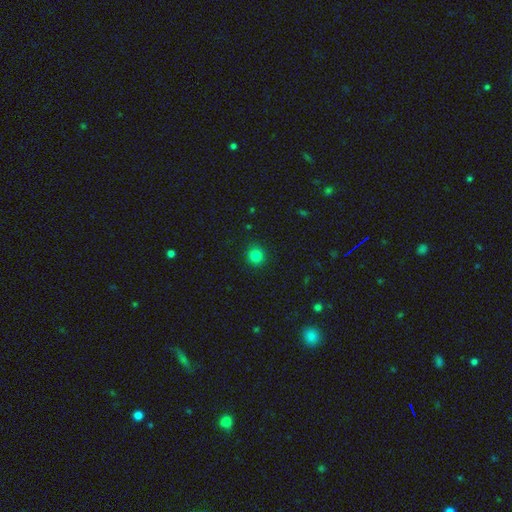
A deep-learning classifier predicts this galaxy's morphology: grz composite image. It shows a smooth galaxy with no disk features (83%) that is round (90%). Merging: none (91%).